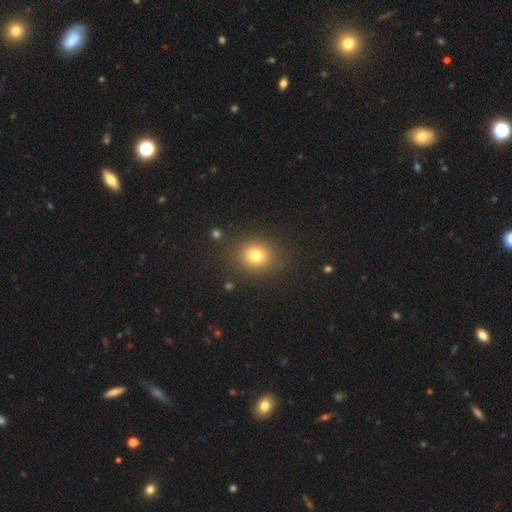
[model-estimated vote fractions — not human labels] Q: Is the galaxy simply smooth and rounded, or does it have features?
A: smooth — 78%.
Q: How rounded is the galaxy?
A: round — 77%.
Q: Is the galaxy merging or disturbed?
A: none — 86%.